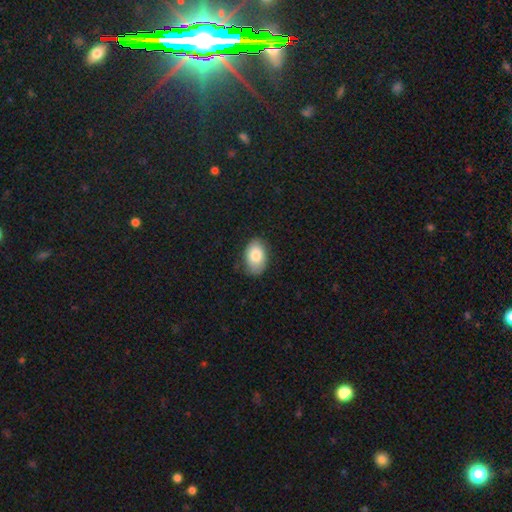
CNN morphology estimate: Smooth or featured: smooth — 82% (featured or disk — 11%)
How rounded: in between — 89% (round — 10%)
Merging: none — 81% (minor disturbance — 15%)